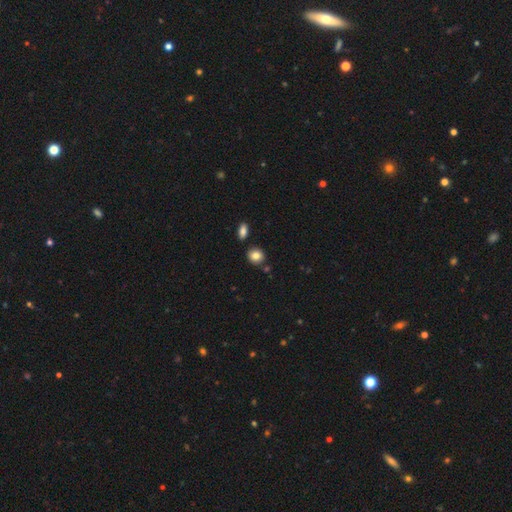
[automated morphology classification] Smooth or featured? smooth (83%)
How rounded? round (70%)
Merging? none (80%)